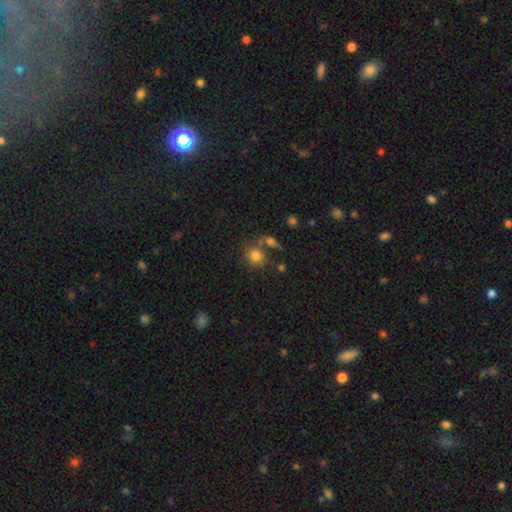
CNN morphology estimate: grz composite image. It shows a smooth galaxy with no disk features (79%) that is round (73%). Merging: none (59%).